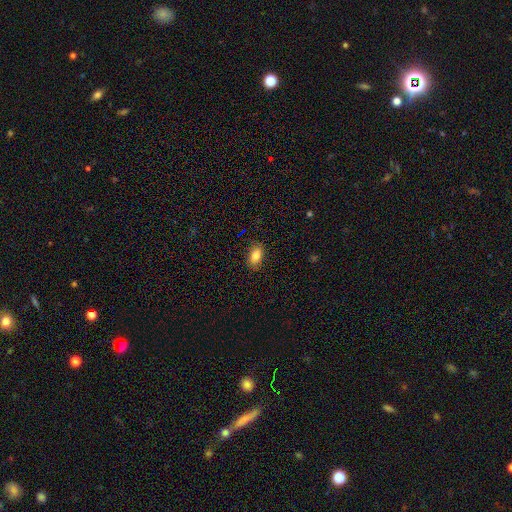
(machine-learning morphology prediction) smooth-or-featured: smooth: 83% | featured or disk: 9% | star or artifact: 8%
  how-rounded: in between: 89% | round: 8% | cigar-shaped: 3%
  merging: none: 85% | minor disturbance: 11% | major disturbance: 3% | merger: 1%